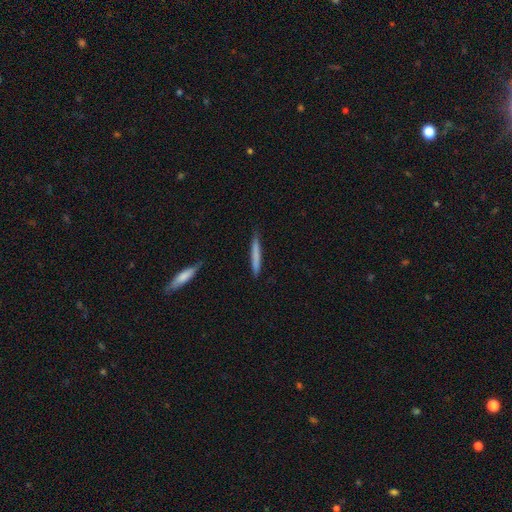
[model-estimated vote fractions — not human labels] The model was most divided on "smooth or featured": smooth: 73%, featured or disk: 22%, star or artifact: 5%. More confident: how rounded — cigar-shaped (96%); merging — none (83%).